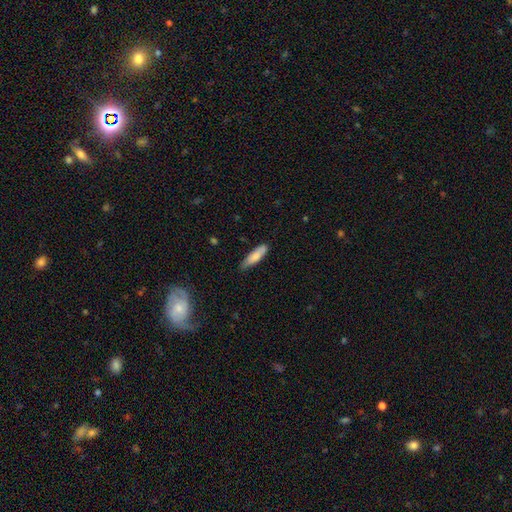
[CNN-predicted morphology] Smooth or featured: smooth — 76% (featured or disk — 18%)
How rounded: cigar-shaped — 62% (in between — 37%)
Merging: none — 72% (minor disturbance — 22%)